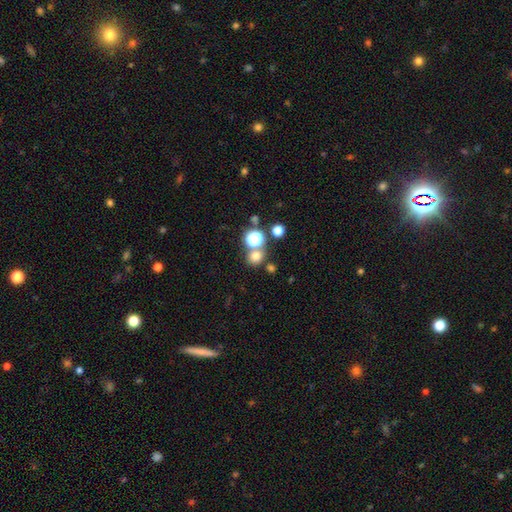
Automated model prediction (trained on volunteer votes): This appears to be a smooth galaxy with no disk features (71%) that is round (84%). Merging: none (69%).